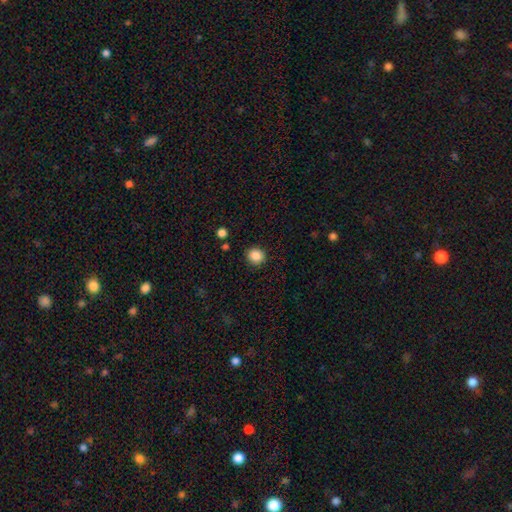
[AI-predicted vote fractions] A smooth galaxy with no disk features (87%) that is round (86%). Merging: none (89%).